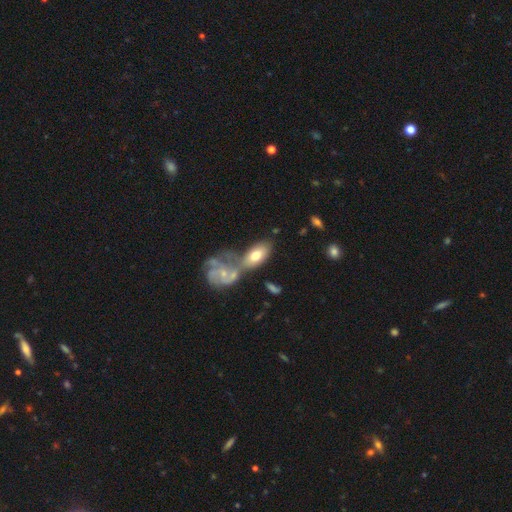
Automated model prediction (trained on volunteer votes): This is likely a smooth galaxy (63%). How rounded: clearly in between (90%). Merging: marginally merger (42%).